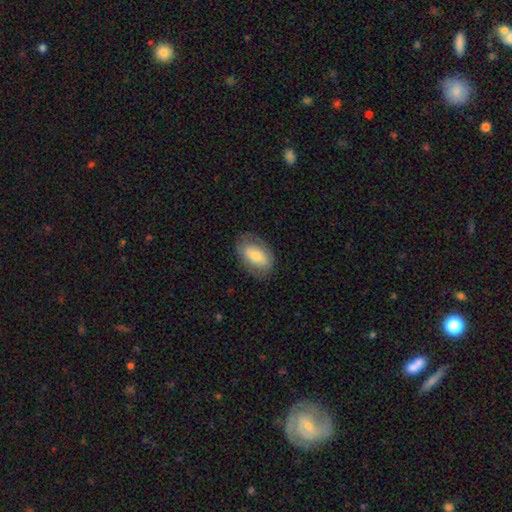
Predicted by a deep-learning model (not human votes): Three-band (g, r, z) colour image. It shows a smooth galaxy with no disk features (59%) that is in between round and cigar-shaped (89%). Merging: none (77%).